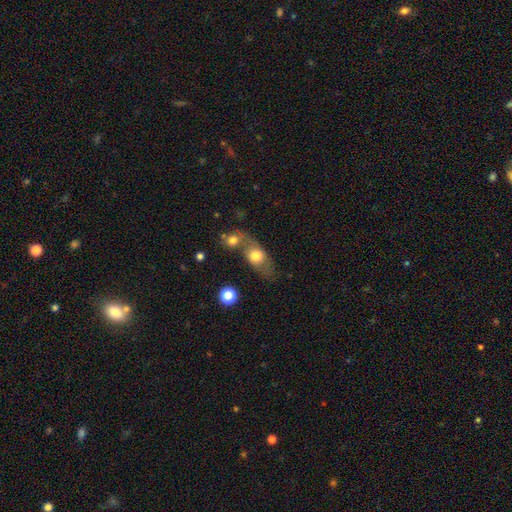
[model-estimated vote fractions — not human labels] Smooth or featured?
  - smooth: 64% *
  - featured or disk: 28%
  - star or artifact: 8%
How rounded?
  - in between: 67% *
  - round: 24%
  - cigar-shaped: 9%
Merging?
  - none: 40% *
  - merger: 36%
  - minor disturbance: 14%
  - major disturbance: 9%